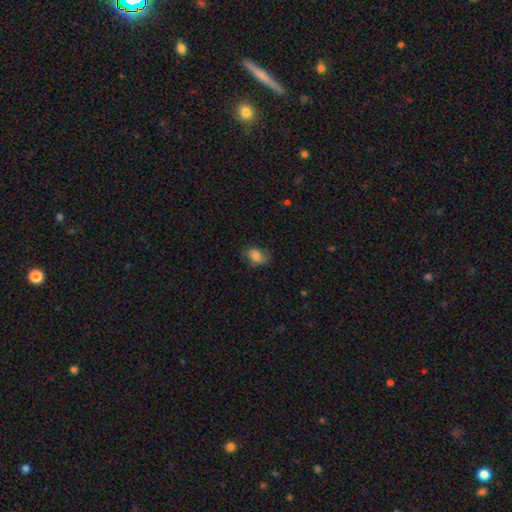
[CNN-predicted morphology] Q: Smooth or featured?
A: smooth (69%); runner-up: featured or disk (21%)
Q: How rounded?
A: in between (70%); runner-up: round (28%)
Q: Merging?
A: none (65%); runner-up: minor disturbance (24%)